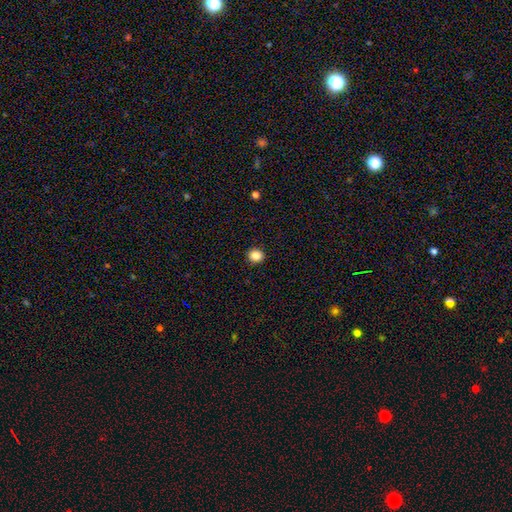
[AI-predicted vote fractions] Overall: smooth (86%). How rounded: round (81%). Merging: none (92%).